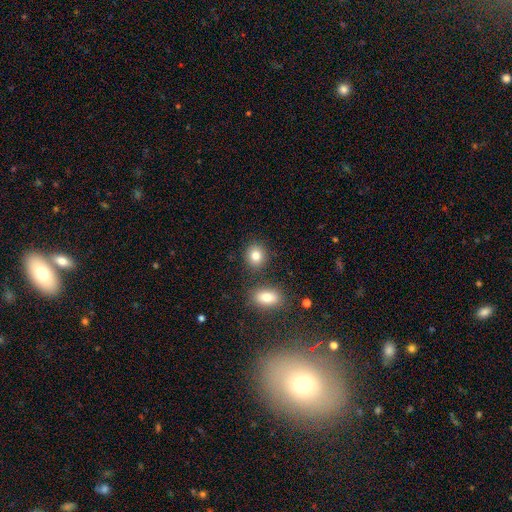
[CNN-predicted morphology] The model was most divided on "how rounded": round: 71%, in between: 28%, cigar-shaped: 1%. More confident: smooth or featured — smooth (83%); merging — none (80%).